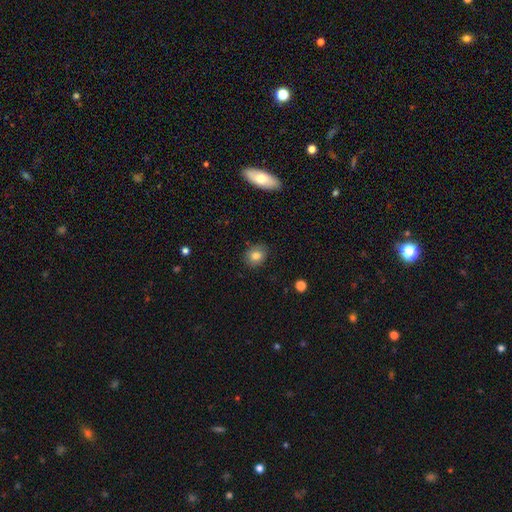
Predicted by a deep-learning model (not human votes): Smooth or featured? smooth (80%)
How rounded? round (55%)
Merging? none (82%)